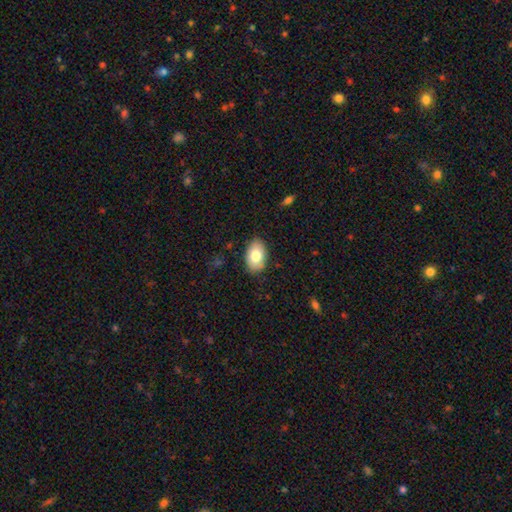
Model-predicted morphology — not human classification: smooth-or-featured: smooth: 79% | featured or disk: 14% | star or artifact: 7%
  how-rounded: in between: 90% | round: 9% | cigar-shaped: 1%
  merging: none: 86% | minor disturbance: 11% | major disturbance: 2% | merger: 1%